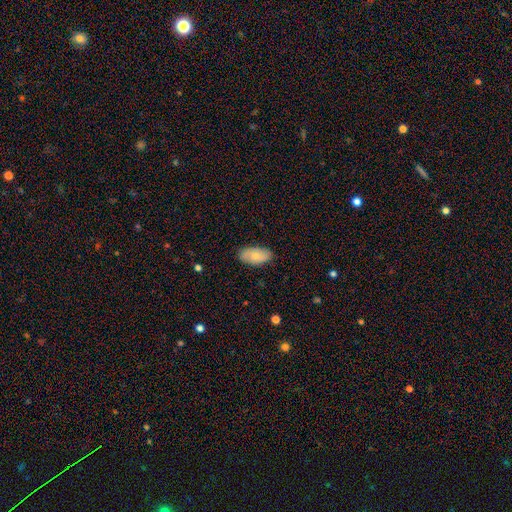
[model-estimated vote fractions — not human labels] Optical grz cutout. It shows a smooth galaxy with no disk features (74%) that is in between round and cigar-shaped (94%). Merging: none (85%).